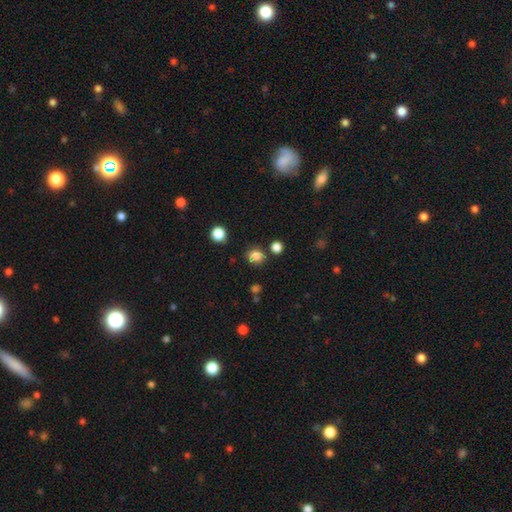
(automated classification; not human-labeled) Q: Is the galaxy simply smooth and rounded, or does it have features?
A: smooth — 82%.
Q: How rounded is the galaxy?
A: round — 73%.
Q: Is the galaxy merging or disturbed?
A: none — 79%.